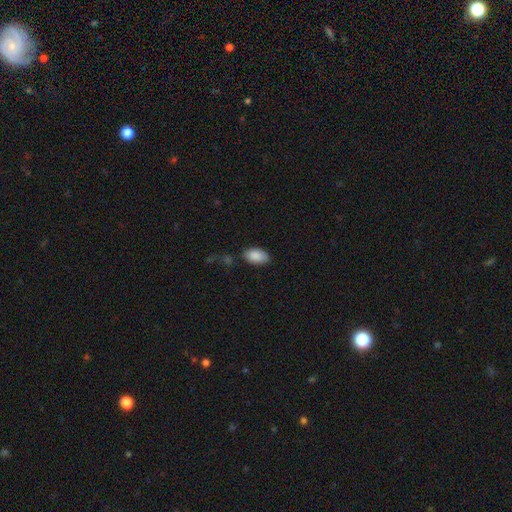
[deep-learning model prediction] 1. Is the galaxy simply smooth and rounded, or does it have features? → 88% smooth, 7% star or artifact, 5% featured or disk.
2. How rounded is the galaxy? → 94% in between, 5% round, 1% cigar-shaped.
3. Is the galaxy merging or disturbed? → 79% none, 14% minor disturbance, 4% major disturbance, 3% merger.